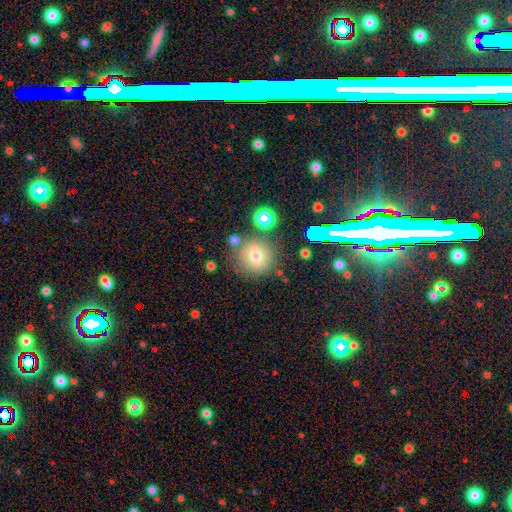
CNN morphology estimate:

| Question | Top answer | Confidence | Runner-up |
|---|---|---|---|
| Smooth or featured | smooth | 65% | featured or disk (18%) |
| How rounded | round | 90% | in between (9%) |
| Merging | none | 73% | minor disturbance (13%) |